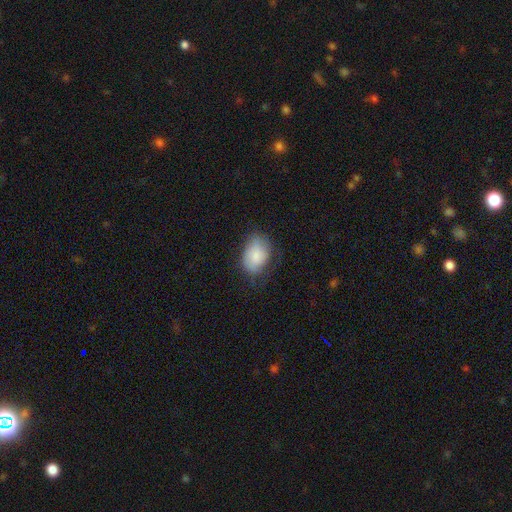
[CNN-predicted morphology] This appears to be a smooth galaxy with no disk features (78%) that is in between round and cigar-shaped (81%). Merging: none (58%).